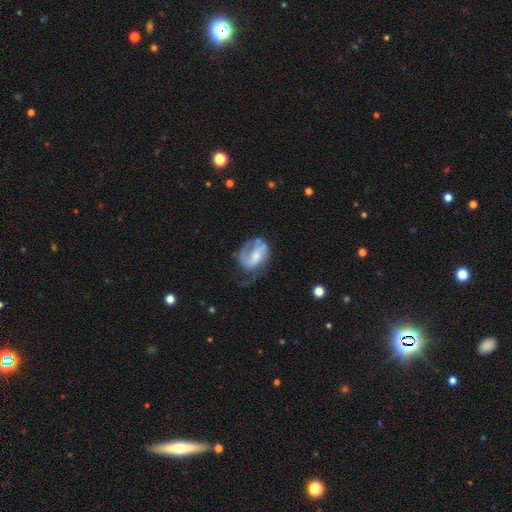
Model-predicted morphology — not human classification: This is likely a featured or disk galaxy (71%). It is clearly not viewed edge-on (97%). Bar: marginally weak (42%). Spiral arm pattern: clearly yes (85%). Spiral arm count: possibly 2 (45%). Spiral winding: marginally medium (43%). Central bulge: marginally moderate (41%). Merging: marginally none (38%).